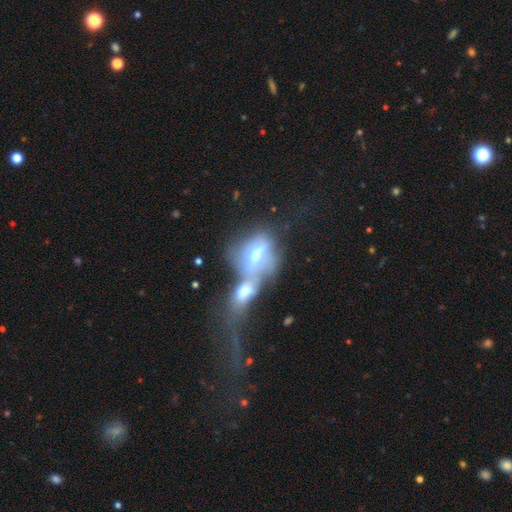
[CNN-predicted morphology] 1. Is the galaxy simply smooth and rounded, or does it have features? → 48% featured or disk, 40% smooth, 12% star or artifact.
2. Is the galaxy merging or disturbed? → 73% merger, 11% none, 10% major disturbance, 6% minor disturbance.